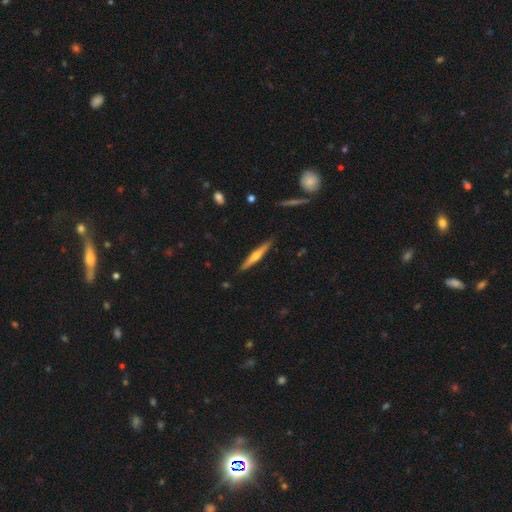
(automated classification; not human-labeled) Smooth or featured: featured or disk — 58% (smooth — 36%)
Edge-on disk: yes — 97% (no — 3%)
Edge-on bulge: rounded — 80% (none — 15%)
Merging: none — 89% (minor disturbance — 8%)